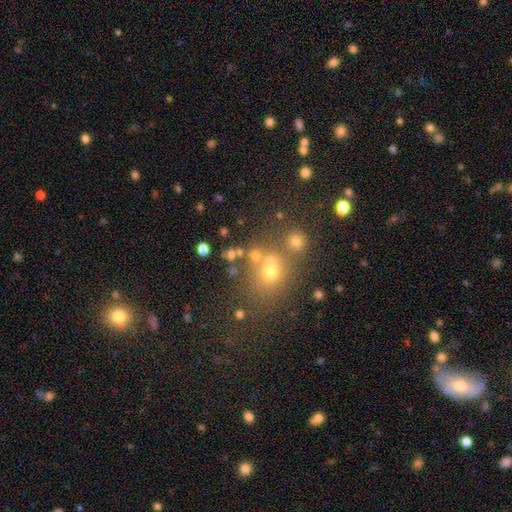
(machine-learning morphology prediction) Smooth or featured? smooth (57%)
How rounded? round (74%)
Merging? none (54%)